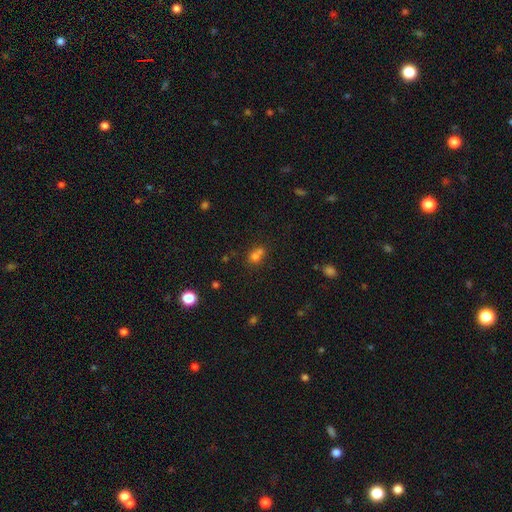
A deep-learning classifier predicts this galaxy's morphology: A smooth galaxy with no disk features (69%) that is round (68%). Merging: merger (53%).